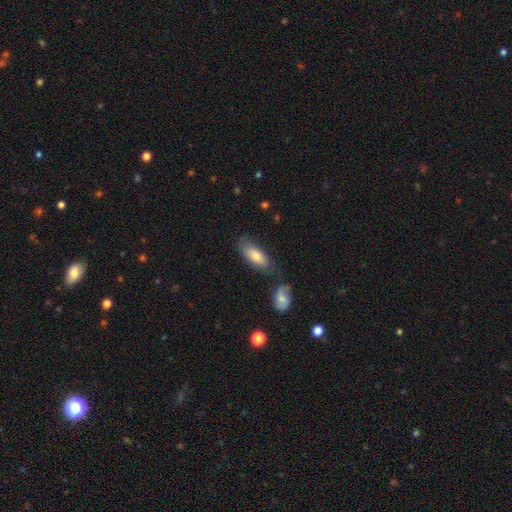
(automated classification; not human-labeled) A smooth galaxy with no disk features (75%) that is in between round and cigar-shaped (81%). Merging: none (61%).